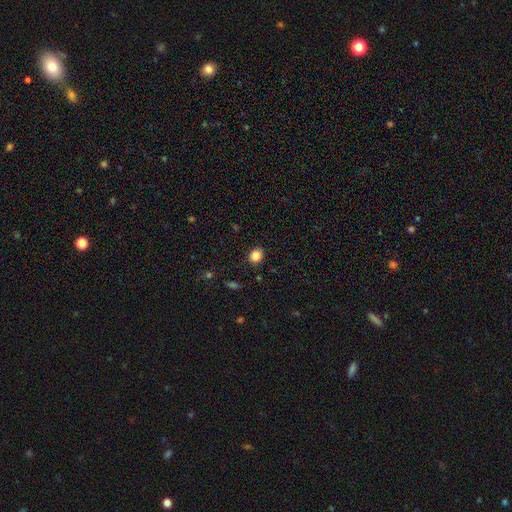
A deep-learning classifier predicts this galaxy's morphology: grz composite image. It shows a smooth galaxy with no disk features (85%) that is round (61%). Merging: none (89%).